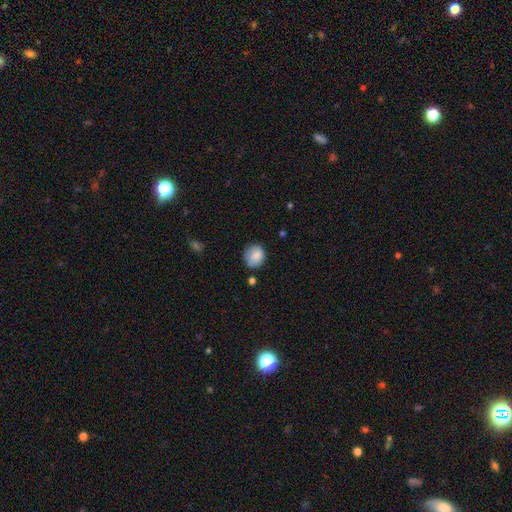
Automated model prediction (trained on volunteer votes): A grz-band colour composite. It shows a smooth galaxy with no disk features (84%) that is round (76%). Merging: none (67%).